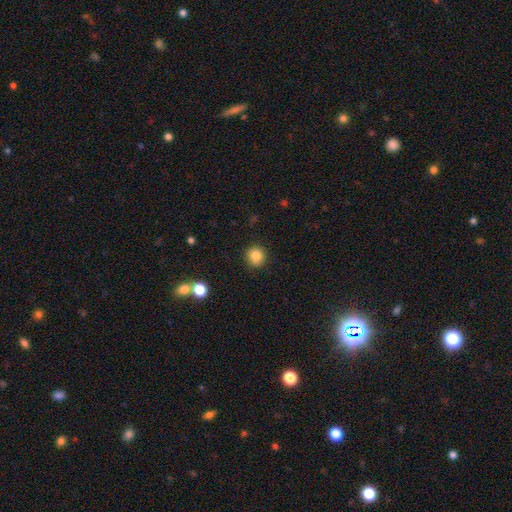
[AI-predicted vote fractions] smooth-or-featured: smooth: 85% | star or artifact: 11% | featured or disk: 5%
  how-rounded: round: 88% | in between: 11% | cigar-shaped: 1%
  merging: none: 88% | minor disturbance: 8% | major disturbance: 2% | merger: 2%